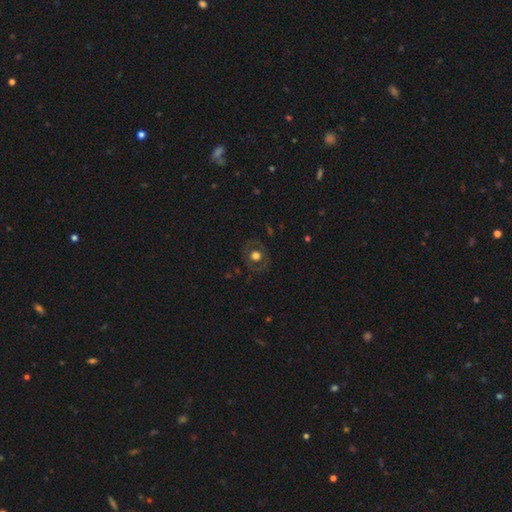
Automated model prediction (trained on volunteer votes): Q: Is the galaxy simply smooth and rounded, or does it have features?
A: smooth — 49%.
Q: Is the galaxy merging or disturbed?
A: none — 80%.